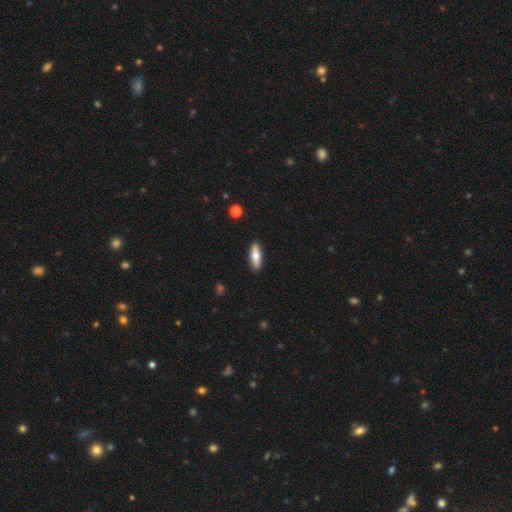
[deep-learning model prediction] The model was most divided on "how rounded": in between: 55%, cigar-shaped: 43%, round: 3%. More confident: merging — none (89%); smooth or featured — smooth (63%).